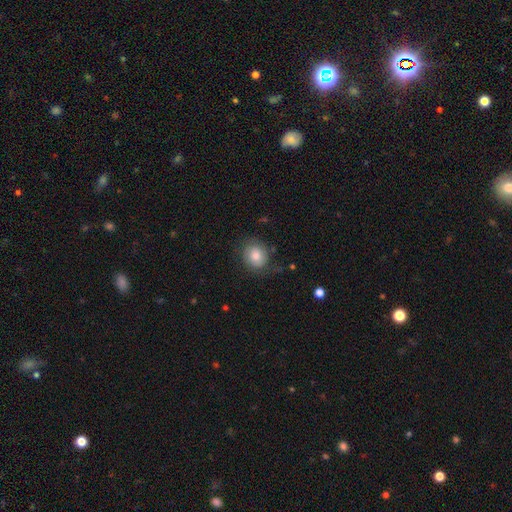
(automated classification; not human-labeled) Q: Smooth or featured?
A: smooth (75%); runner-up: featured or disk (16%)
Q: How rounded?
A: round (70%); runner-up: in between (29%)
Q: Merging?
A: none (71%); runner-up: minor disturbance (19%)